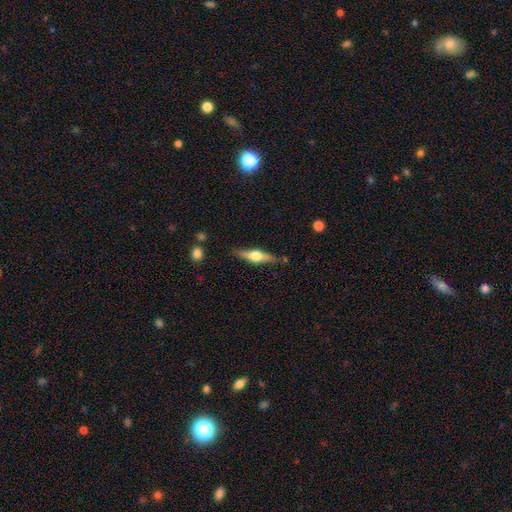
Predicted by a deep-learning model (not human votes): The model was most divided on "smooth or featured": featured or disk: 69%, smooth: 26%, star or artifact: 6%. More confident: edge-on disk — yes (96%); edge-on bulge — rounded (94%); merging — none (83%).